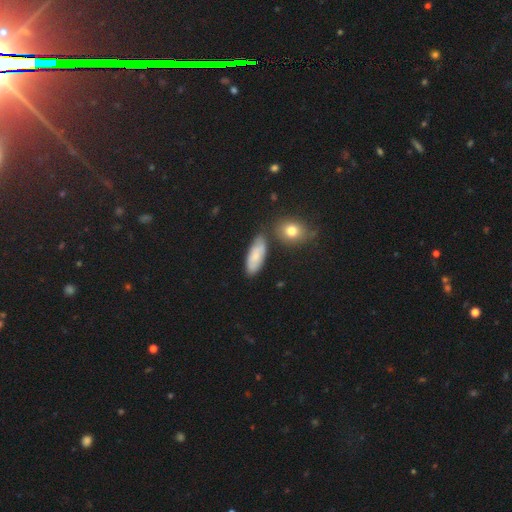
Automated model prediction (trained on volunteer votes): smooth-or-featured: smooth: 71% | featured or disk: 22% | star or artifact: 7%
  how-rounded: in between: 77% | cigar-shaped: 20% | round: 3%
  merging: none: 70% | minor disturbance: 18% | merger: 8% | major disturbance: 4%